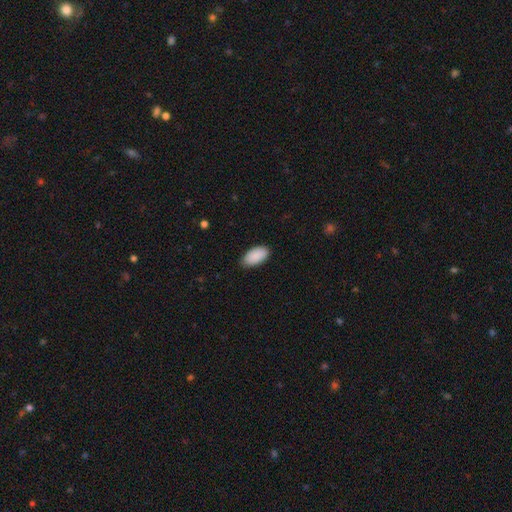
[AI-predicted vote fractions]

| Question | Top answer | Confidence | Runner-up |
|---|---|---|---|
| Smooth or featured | smooth | 90% | star or artifact (6%) |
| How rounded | in between | 96% | round (2%) |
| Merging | none | 83% | minor disturbance (13%) |